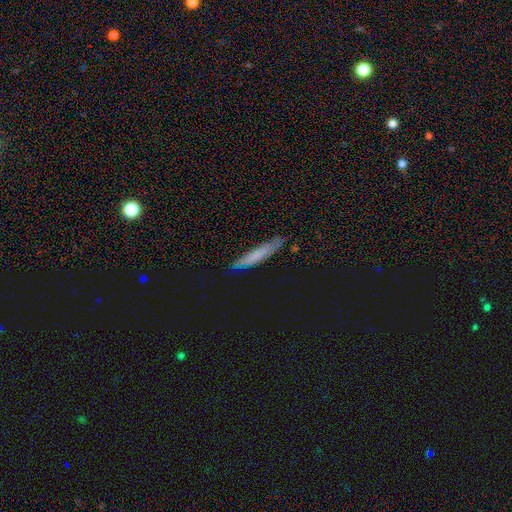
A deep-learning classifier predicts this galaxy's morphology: smooth_or_featured: smooth (p=0.65) [alt: featured or disk p=0.24]
how_rounded: cigar-shaped (p=0.92) [alt: in between p=0.06]
merging: none (p=0.82) [alt: minor disturbance p=0.14]